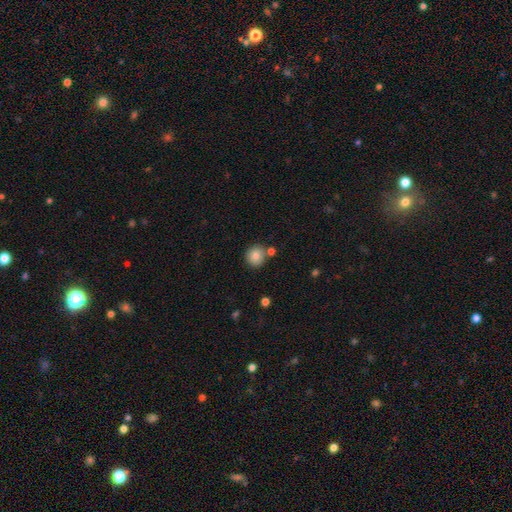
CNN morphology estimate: Smooth or featured: smooth — 83% (star or artifact — 10%)
How rounded: round — 92% (in between — 8%)
Merging: none — 78% (merger — 11%)